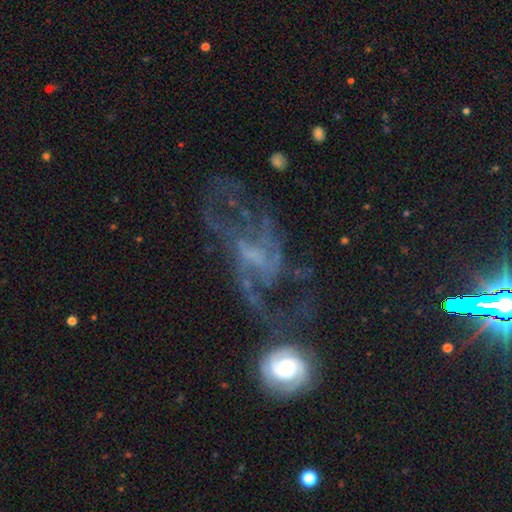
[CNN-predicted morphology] featured or disk 70%, star or artifact 15%, smooth 15%. Down the decision tree: edge-on disk — no (95%); bar — no (55%); spiral arms — yes (65%); bulge size — none (46%); merging — major disturbance (43%).